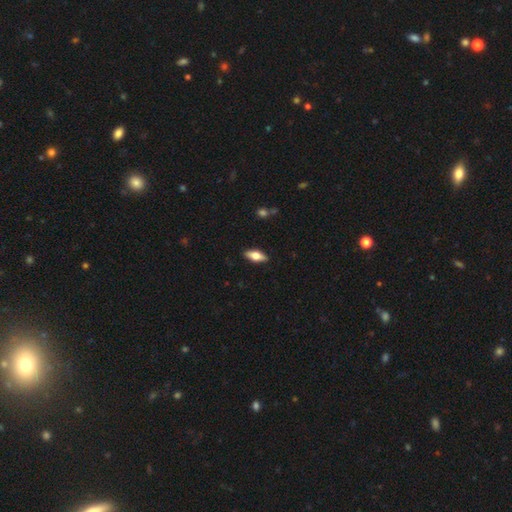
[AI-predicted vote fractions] A smooth galaxy with no disk features (62%) that is in between round and cigar-shaped (75%).

Vote fractions:
- Smooth or featured? smooth: 62% / featured or disk: 32% / star or artifact: 6%
- How rounded? in between: 75% / cigar-shaped: 22% / round: 3%
- Merging? none: 89% / minor disturbance: 8% / major disturbance: 2% / merger: 1%